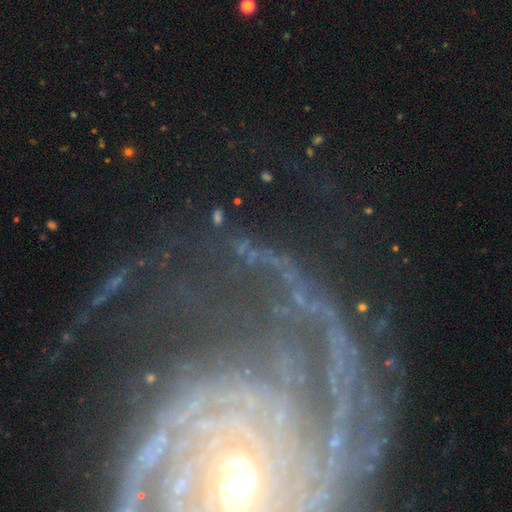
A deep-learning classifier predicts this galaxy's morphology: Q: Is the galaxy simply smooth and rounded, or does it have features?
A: featured or disk — 48%.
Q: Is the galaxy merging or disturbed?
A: none — 67%.